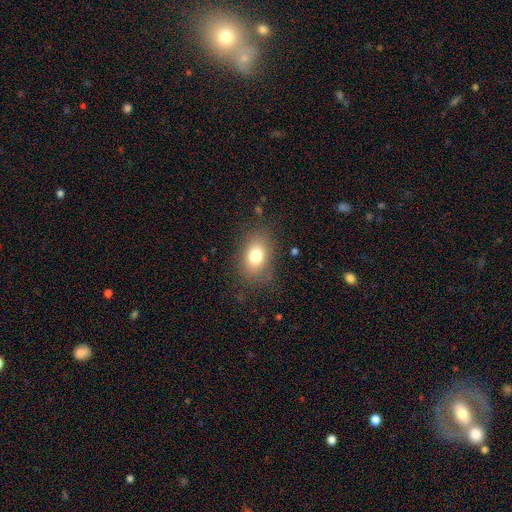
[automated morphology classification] Overall: smooth (77%). How rounded: in between (77%). Merging: none (79%).